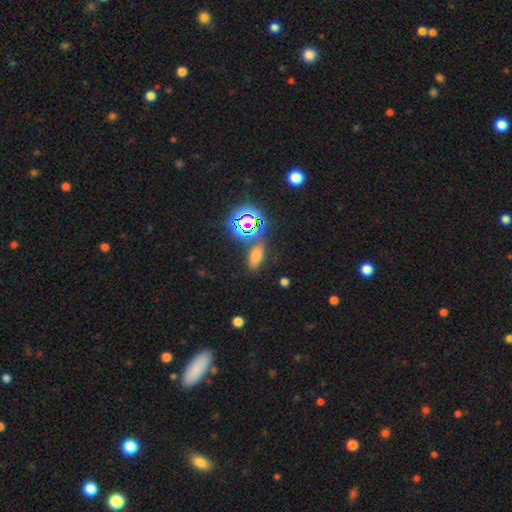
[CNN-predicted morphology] Smooth or featured? smooth (59%)
How rounded? in between (79%)
Merging? none (73%)